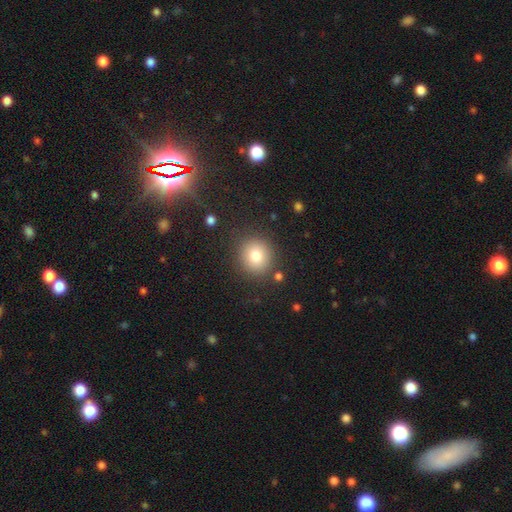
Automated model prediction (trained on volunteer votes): Smooth or featured? Predicted: smooth (p=0.79). How rounded? Predicted: round (p=0.90). Merging? Predicted: none (p=0.87).